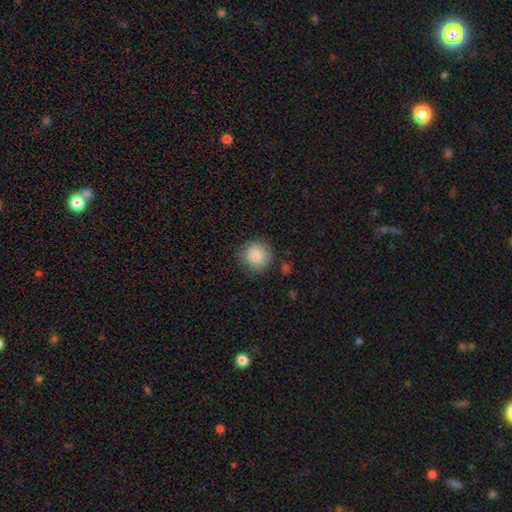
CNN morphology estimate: type=smooth (85%); roundness=round (93%); merging=none (82%).